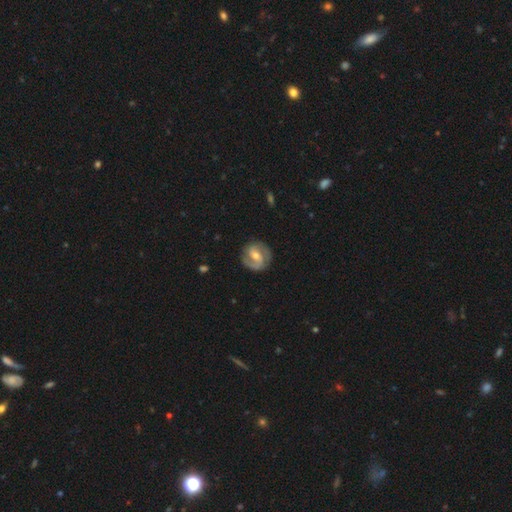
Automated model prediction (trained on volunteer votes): Smooth or featured? Predicted: featured or disk (p=0.78). Edge-on disk? Predicted: no (p=0.97). Bar? Predicted: weak (p=0.48). Spiral arms? Predicted: yes (p=0.92). Spiral winding? Predicted: medium (p=0.45). Spiral arm count? Predicted: 2 (p=0.86). Bulge size? Predicted: moderate (p=0.58). Merging? Predicted: none (p=0.82).